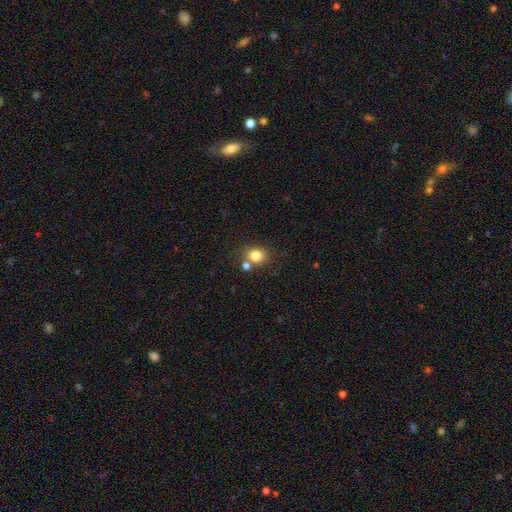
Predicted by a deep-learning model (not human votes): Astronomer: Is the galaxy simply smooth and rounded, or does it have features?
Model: smooth — 81%.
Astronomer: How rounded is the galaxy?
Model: round — 68%.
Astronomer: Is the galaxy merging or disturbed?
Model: none — 68%.